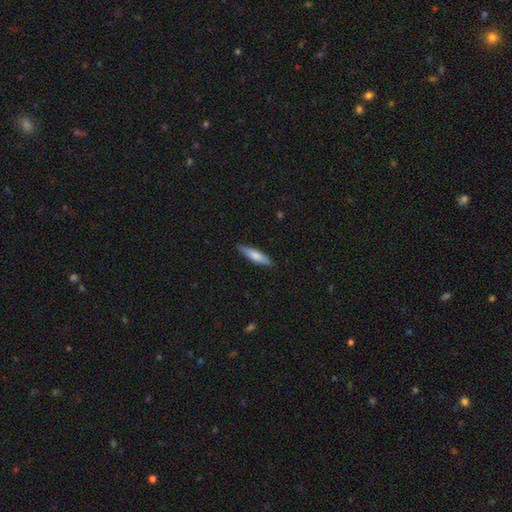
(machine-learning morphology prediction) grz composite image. It shows a smooth galaxy with no disk features (70%) that is cigar-shaped (69%). Merging: none (85%).